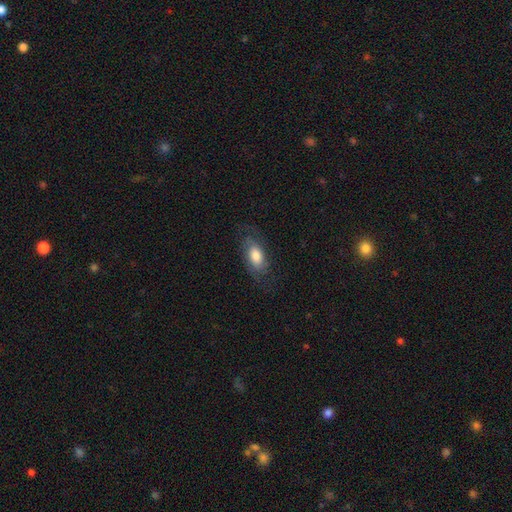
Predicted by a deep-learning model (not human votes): The model was most divided on "smooth or featured": smooth: 55%, featured or disk: 38%, star or artifact: 7%. More confident: how rounded — in between (87%); merging — none (67%).